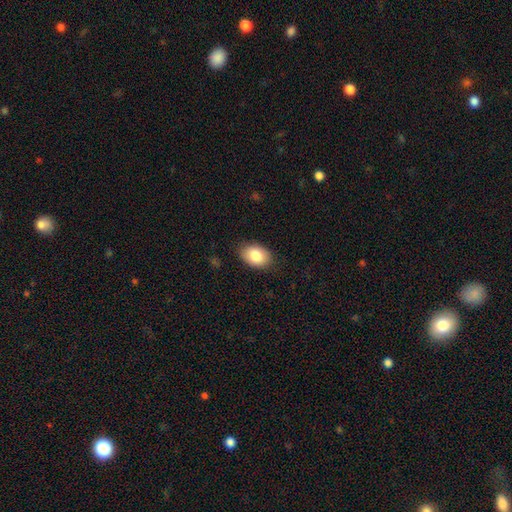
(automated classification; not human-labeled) smooth 85%, featured or disk 8%, star or artifact 7%. Down the decision tree: how rounded — in between (86%); merging — none (86%).